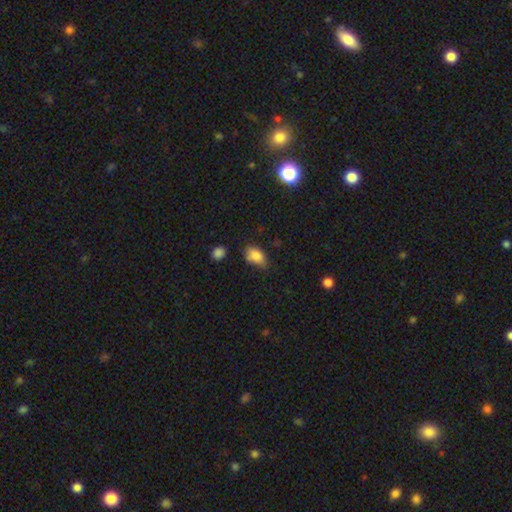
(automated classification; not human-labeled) smooth 84%, star or artifact 9%, featured or disk 7%. Down the decision tree: how rounded — in between (89%); merging — none (65%).